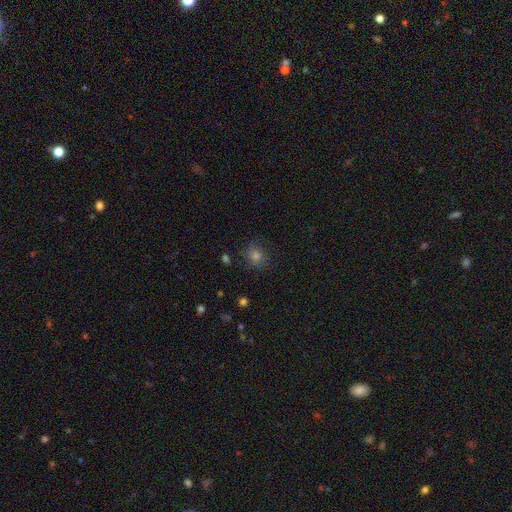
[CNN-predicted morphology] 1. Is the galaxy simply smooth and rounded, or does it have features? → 62% smooth, 24% star or artifact, 14% featured or disk.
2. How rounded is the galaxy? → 80% round, 19% in between, 1% cigar-shaped.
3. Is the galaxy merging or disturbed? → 77% none, 15% minor disturbance, 6% major disturbance, 2% merger.